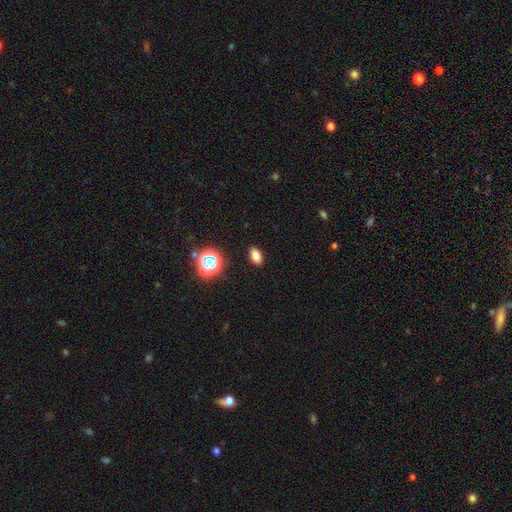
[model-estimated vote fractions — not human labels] Smooth or featured: smooth — 76% (star or artifact — 17%)
How rounded: in between — 87% (round — 11%)
Merging: none — 89% (minor disturbance — 8%)